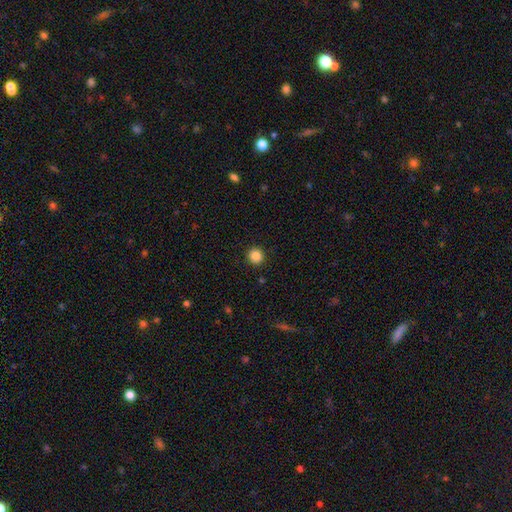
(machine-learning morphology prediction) smooth_or_featured: smooth (p=0.85) [alt: star or artifact p=0.11]
how_rounded: round (p=0.93) [alt: in between p=0.06]
merging: none (p=0.92) [alt: minor disturbance p=0.05]